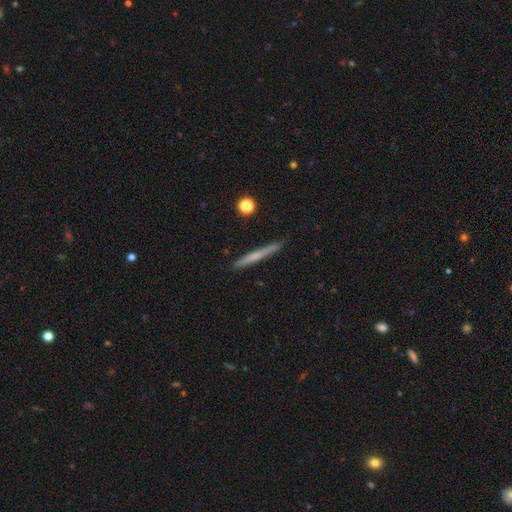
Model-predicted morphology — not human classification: A smooth galaxy with no disk features (52%) that is cigar-shaped (96%).

Vote fractions:
- Smooth or featured? smooth: 52% / featured or disk: 41% / star or artifact: 6%
- How rounded? cigar-shaped: 96% / in between: 2% / round: 2%
- Merging? none: 91% / minor disturbance: 7% / major disturbance: 1% / merger: 1%